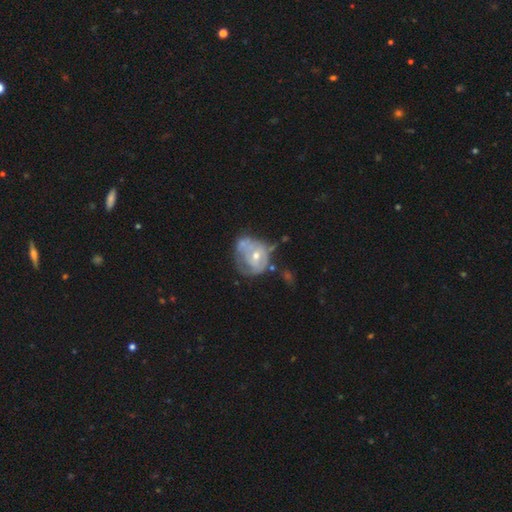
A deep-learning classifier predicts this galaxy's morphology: smooth-or-featured: featured or disk: 64% | smooth: 28% | star or artifact: 8%
  disk-edge-on: no: 97% | yes: 3%
    bar: no: 70% | weak: 24% | strong: 6%
    has-spiral-arms: no: 53% | yes: 47%
    bulge-size: moderate: 53% | small: 43% | large: 2% | none: 1% | dominant: 1%
  merging: none: 29% | minor disturbance: 25% | major disturbance: 23% | merger: 23%